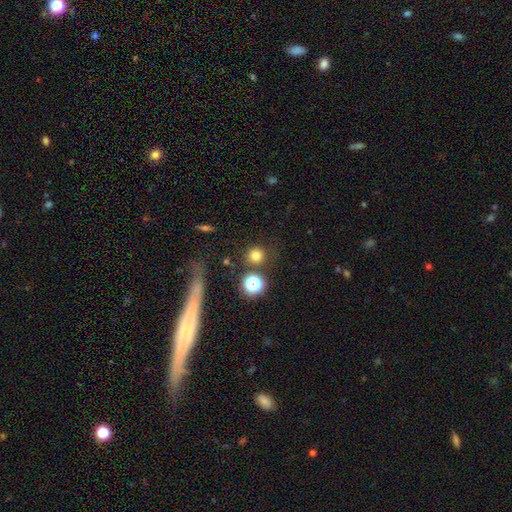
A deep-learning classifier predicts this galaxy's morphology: This is likely a smooth galaxy (75%). How rounded: clearly round (91%). Merging: likely none (80%).